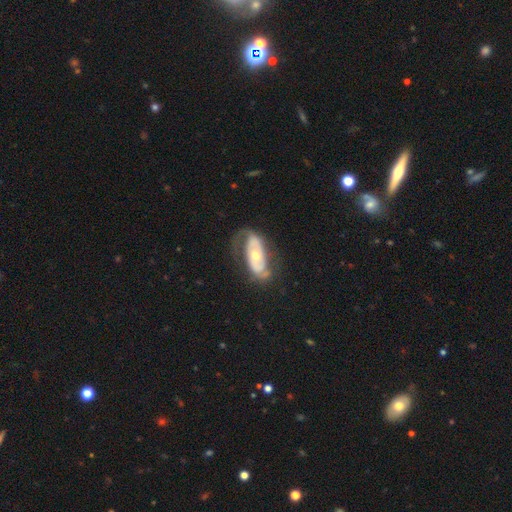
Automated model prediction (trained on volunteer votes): This is likely a featured or disk galaxy (72%). It is clearly not viewed edge-on (91%). Bar: likely no (70%). Spiral arm pattern: likely yes (66%). Central bulge: likely moderate (66%). Merging: possibly none (58%).